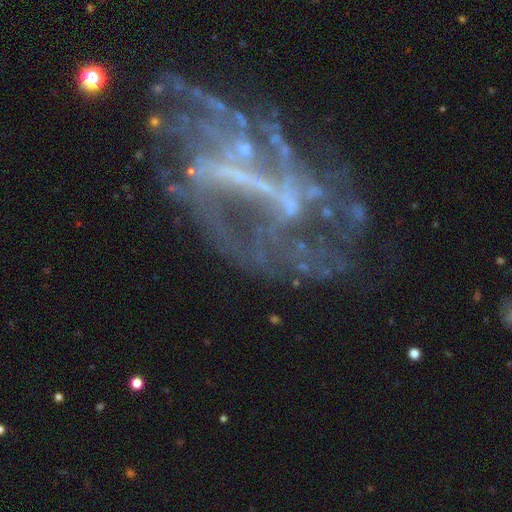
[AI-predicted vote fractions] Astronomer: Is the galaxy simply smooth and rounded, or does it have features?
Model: featured or disk — 73%.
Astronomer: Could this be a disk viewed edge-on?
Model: no — 93%.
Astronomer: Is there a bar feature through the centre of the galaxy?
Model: strong — 50% (runner-up: no, 25%).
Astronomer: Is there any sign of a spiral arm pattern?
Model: yes — 58% (runner-up: no, 42%).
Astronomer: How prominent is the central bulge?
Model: none — 48% (runner-up: small, 35%).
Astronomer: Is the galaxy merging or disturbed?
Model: none — 47% (runner-up: major disturbance, 31%).